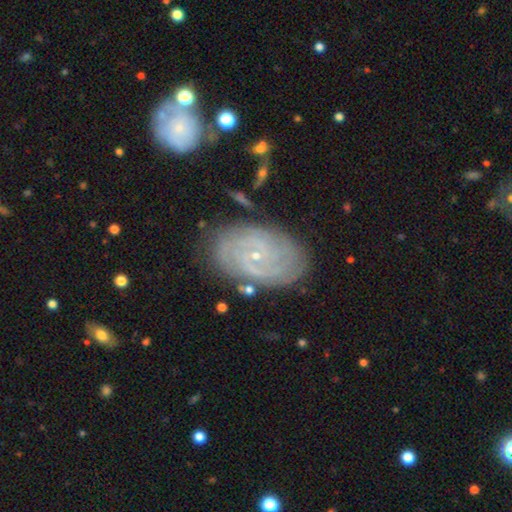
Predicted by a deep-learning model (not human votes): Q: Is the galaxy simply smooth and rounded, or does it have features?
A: featured or disk — 85%.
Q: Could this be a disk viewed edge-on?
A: no — 97%.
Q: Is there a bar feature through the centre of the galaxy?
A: no — 62%.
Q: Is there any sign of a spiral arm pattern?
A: yes — 96%.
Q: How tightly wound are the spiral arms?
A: tight — 72%.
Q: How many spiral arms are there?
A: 2 — 37%.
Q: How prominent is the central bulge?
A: small — 87%.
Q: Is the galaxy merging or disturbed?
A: none — 78%.